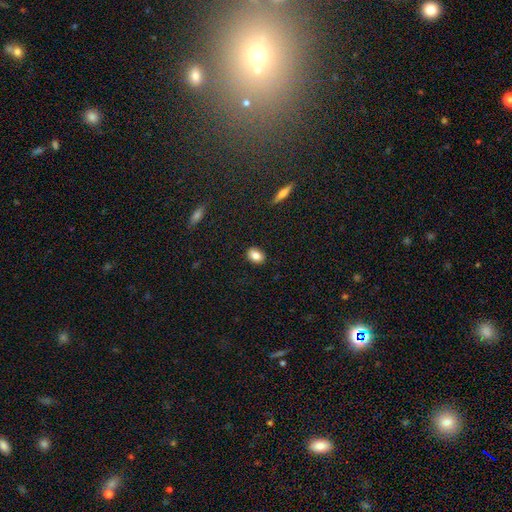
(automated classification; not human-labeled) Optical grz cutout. It shows a smooth galaxy with no disk features (82%) that is in between round and cigar-shaped (73%). Merging: none (89%).